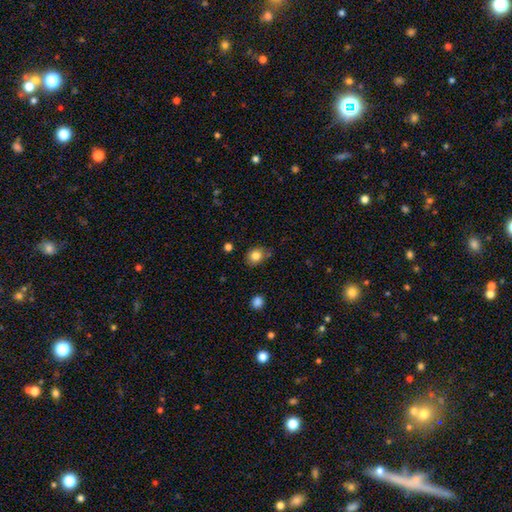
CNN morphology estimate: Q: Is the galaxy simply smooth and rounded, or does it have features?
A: smooth — 82%.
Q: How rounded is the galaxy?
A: round — 63%.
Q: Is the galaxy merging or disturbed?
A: none — 70%.